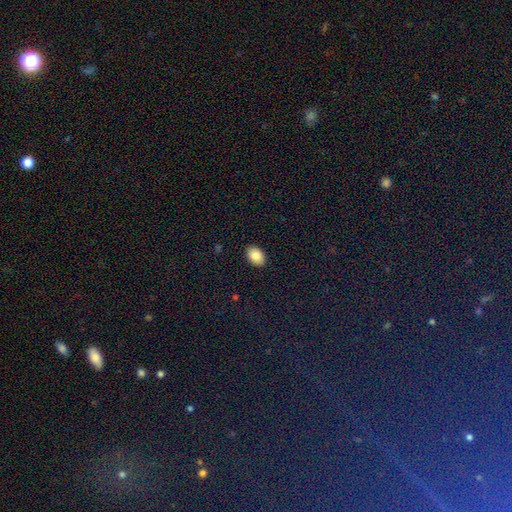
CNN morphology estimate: Smooth or featured: smooth — 87% (star or artifact — 7%)
How rounded: in between — 85% (round — 14%)
Merging: none — 89% (minor disturbance — 8%)